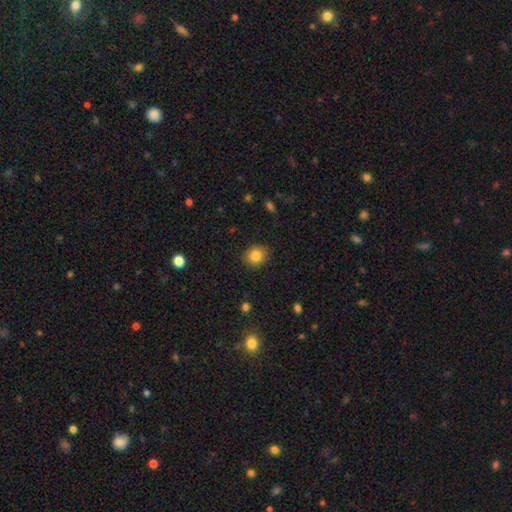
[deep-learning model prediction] Smooth or featured?
  - smooth: 84% *
  - star or artifact: 10%
  - featured or disk: 6%
How rounded?
  - round: 84% *
  - in between: 15%
  - cigar-shaped: 1%
Merging?
  - none: 89% *
  - minor disturbance: 8%
  - major disturbance: 2%
  - merger: 1%